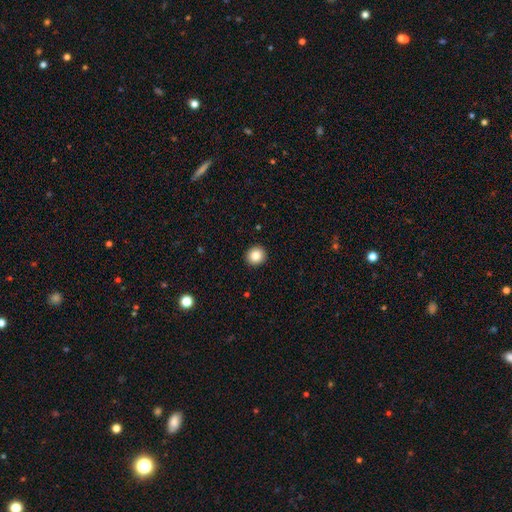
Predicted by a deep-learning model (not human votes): A smooth galaxy with no disk features (85%) that is round (92%).

Vote fractions:
- Smooth or featured? smooth: 85% / star or artifact: 10% / featured or disk: 5%
- How rounded? round: 92% / in between: 7% / cigar-shaped: 1%
- Merging? none: 93% / minor disturbance: 5% / major disturbance: 2% / merger: 1%